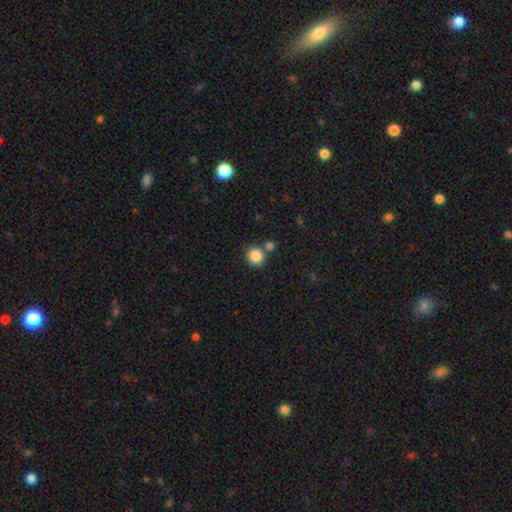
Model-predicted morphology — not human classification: smooth_or_featured: smooth (p=0.86) [alt: star or artifact p=0.10]
how_rounded: round (p=0.86) [alt: in between p=0.13]
merging: none (p=0.70) [alt: merger p=0.19]